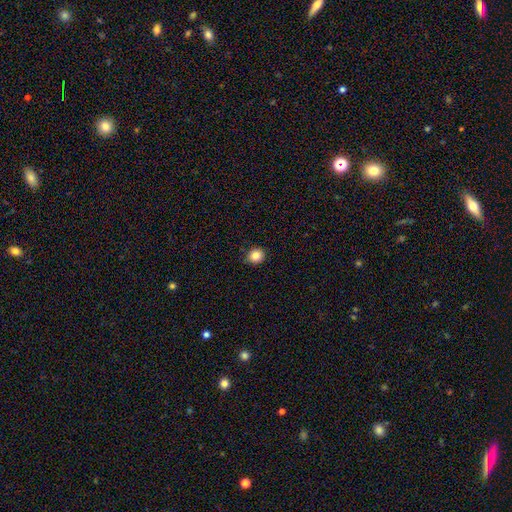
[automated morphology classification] A smooth galaxy with no disk features (85%) that is round (83%).

Vote fractions:
- Smooth or featured? smooth: 85% / star or artifact: 10% / featured or disk: 5%
- How rounded? round: 83% / in between: 17% / cigar-shaped: 1%
- Merging? none: 87% / minor disturbance: 10% / major disturbance: 2% / merger: 1%